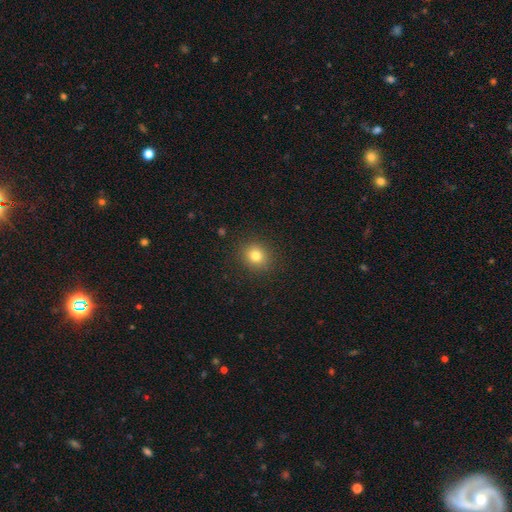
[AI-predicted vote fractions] smooth_or_featured: smooth (p=0.79) [alt: star or artifact p=0.13]
how_rounded: round (p=0.80) [alt: in between p=0.19]
merging: none (p=0.89) [alt: minor disturbance p=0.07]